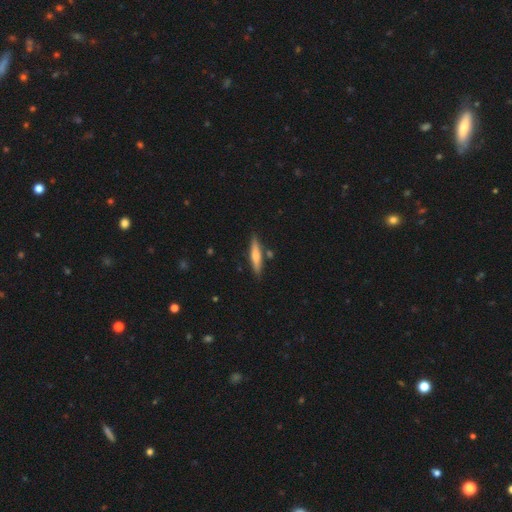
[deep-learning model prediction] smooth_or_featured: smooth (p=0.59) [alt: featured or disk p=0.35]
how_rounded: cigar-shaped (p=0.86) [alt: in between p=0.13]
merging: none (p=0.83) [alt: minor disturbance p=0.10]